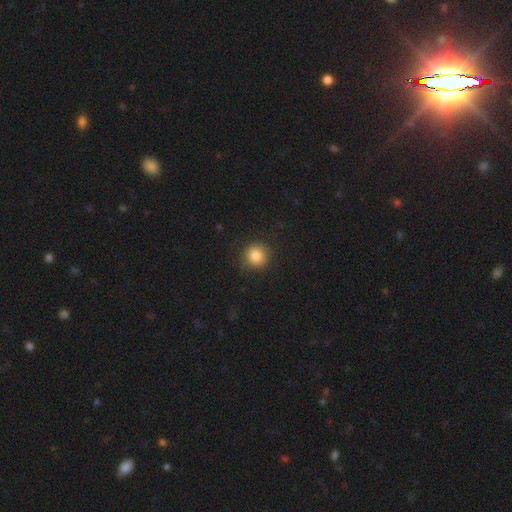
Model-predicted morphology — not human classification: A smooth galaxy with no disk features (85%) that is round (90%).

Vote fractions:
- Smooth or featured? smooth: 85% / star or artifact: 10% / featured or disk: 5%
- How rounded? round: 90% / in between: 9% / cigar-shaped: 1%
- Merging? none: 87% / minor disturbance: 9% / major disturbance: 3% / merger: 1%